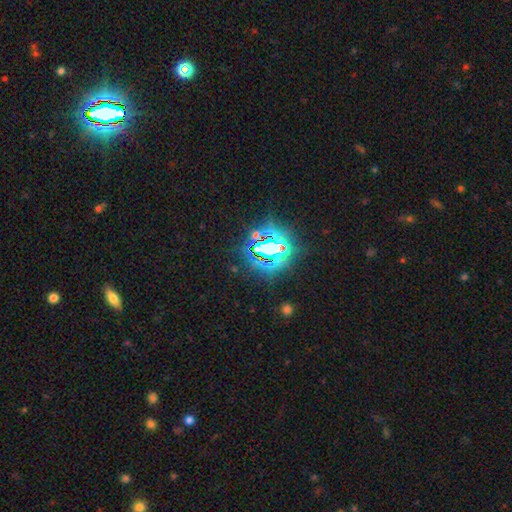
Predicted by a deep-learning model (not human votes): smooth_or_featured: star or artifact (p=0.79) [alt: smooth p=0.12]